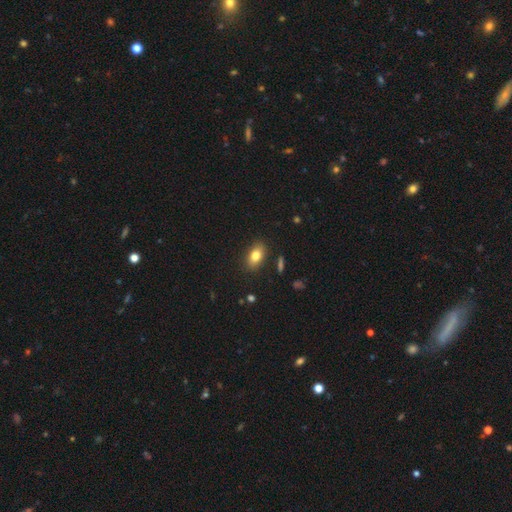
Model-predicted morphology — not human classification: Smooth or featured?
  - smooth: 79% *
  - featured or disk: 12%
  - star or artifact: 9%
How rounded?
  - in between: 85% *
  - round: 12%
  - cigar-shaped: 3%
Merging?
  - none: 86% *
  - minor disturbance: 10%
  - major disturbance: 2%
  - merger: 2%